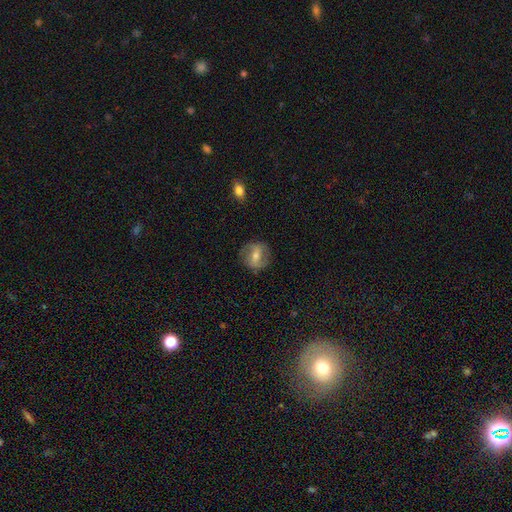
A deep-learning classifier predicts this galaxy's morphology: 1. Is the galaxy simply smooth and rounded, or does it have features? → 56% featured or disk, 34% smooth, 10% star or artifact.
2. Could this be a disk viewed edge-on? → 92% no, 8% yes.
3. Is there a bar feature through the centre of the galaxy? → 43% strong, 37% weak, 20% no.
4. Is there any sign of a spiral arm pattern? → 67% yes, 33% no.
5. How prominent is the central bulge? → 55% moderate, 38% small, 4% large, 2% none, 1% dominant.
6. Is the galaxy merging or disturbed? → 82% none, 12% minor disturbance, 4% major disturbance, 1% merger.